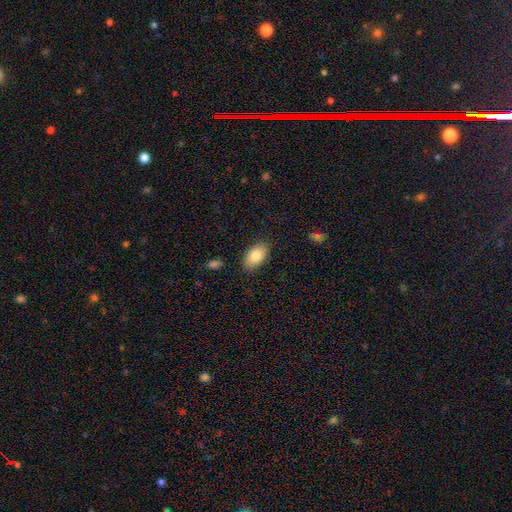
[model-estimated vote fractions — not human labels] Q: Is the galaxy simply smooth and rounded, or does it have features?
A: smooth — 82%.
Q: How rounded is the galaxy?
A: in between — 94%.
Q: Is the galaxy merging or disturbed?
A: none — 85%.